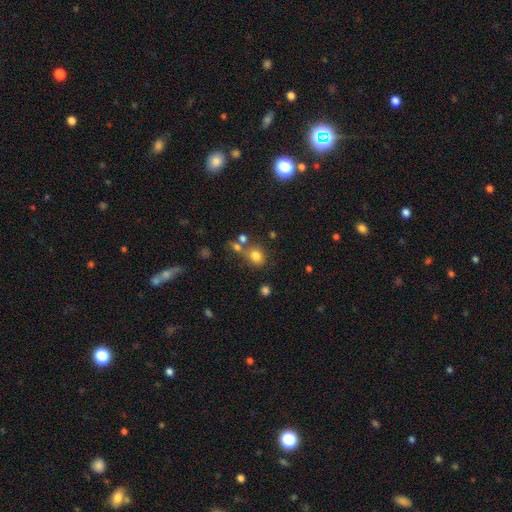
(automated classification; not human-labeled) This appears to be a smooth galaxy with no disk features (77%) that is round (65%). Merging: none (58%).